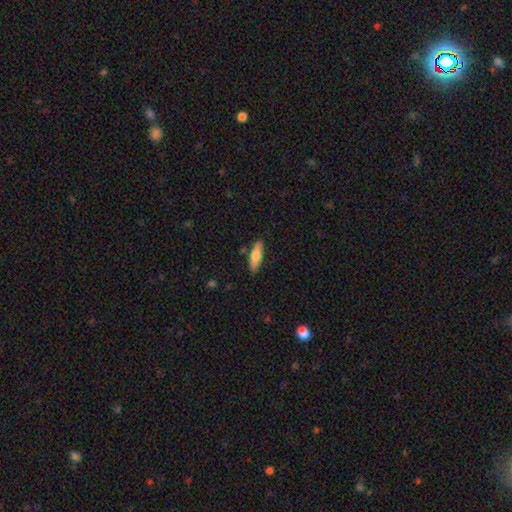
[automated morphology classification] Q: Smooth or featured?
A: smooth (71%); runner-up: featured or disk (23%)
Q: How rounded?
A: cigar-shaped (56%); runner-up: in between (42%)
Q: Merging?
A: none (85%); runner-up: minor disturbance (11%)